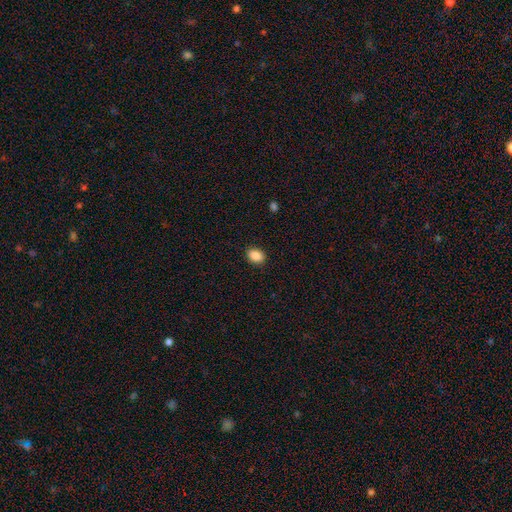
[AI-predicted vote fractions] A smooth galaxy with no disk features (88%) that is in between round and cigar-shaped (71%).

Vote fractions:
- Smooth or featured? smooth: 88% / star or artifact: 8% / featured or disk: 3%
- How rounded? in between: 71% / round: 28% / cigar-shaped: 1%
- Merging? none: 89% / minor disturbance: 8% / major disturbance: 2% / merger: 1%